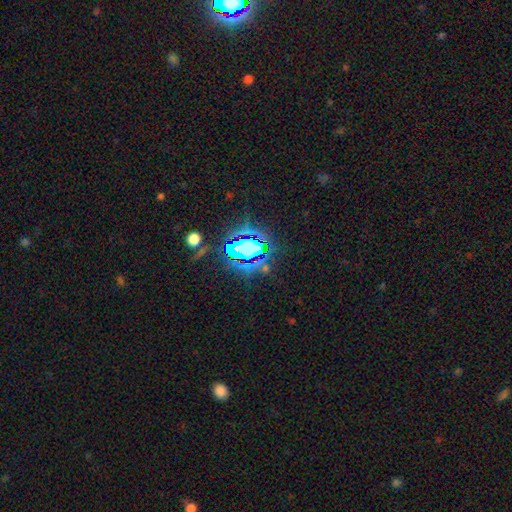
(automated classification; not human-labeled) Overall: star or artifact (80%).